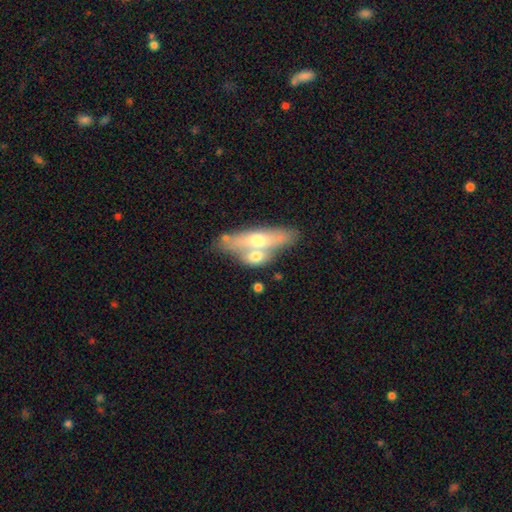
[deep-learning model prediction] Smooth or featured: smooth — 53% (featured or disk — 40%)
How rounded: in between — 53% (cigar-shaped — 40%)
Merging: merger — 55% (none — 29%)